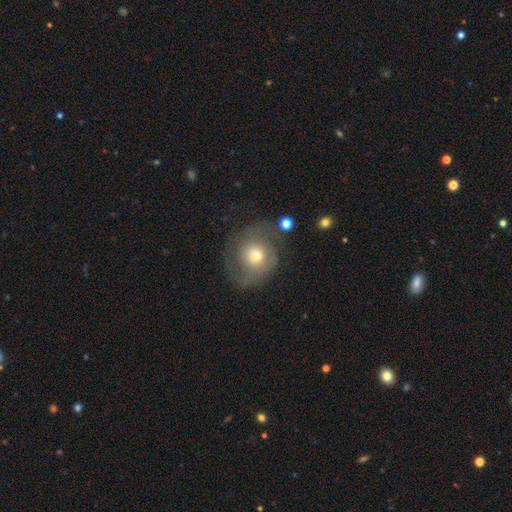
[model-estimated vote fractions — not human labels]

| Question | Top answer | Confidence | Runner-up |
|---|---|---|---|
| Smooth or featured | featured or disk | 54% | smooth (37%) |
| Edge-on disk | no | 97% | yes (3%) |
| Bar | no | 79% | weak (17%) |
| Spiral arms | yes | 74% | no (26%) |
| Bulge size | moderate | 52% | small (37%) |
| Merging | none | 61% | minor disturbance (19%) |